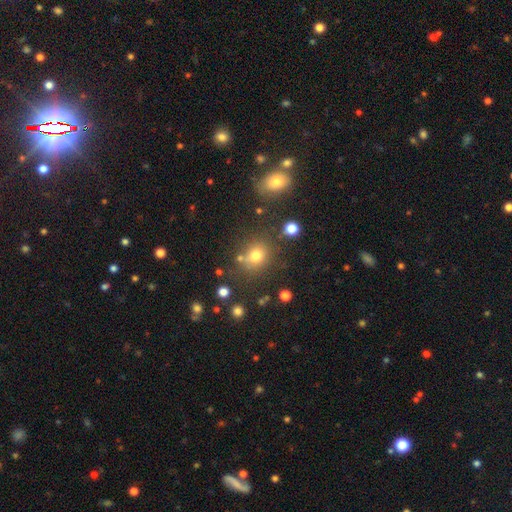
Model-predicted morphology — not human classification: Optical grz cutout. It shows a smooth galaxy with no disk features (74%) that is round (71%). Merging: none (73%).